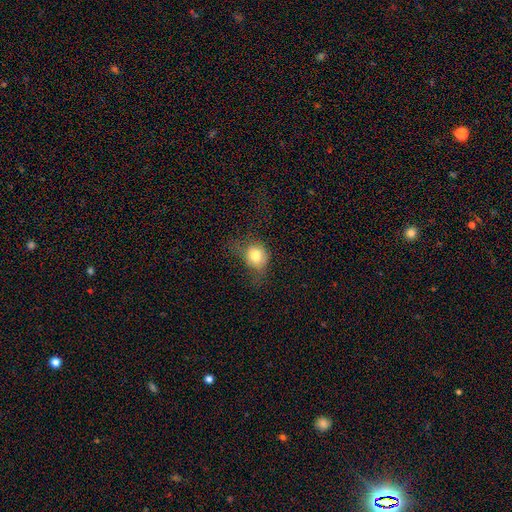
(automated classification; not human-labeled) Q: Smooth or featured?
A: smooth (76%); runner-up: featured or disk (14%)
Q: How rounded?
A: round (64%); runner-up: in between (35%)
Q: Merging?
A: none (43%); runner-up: minor disturbance (31%)